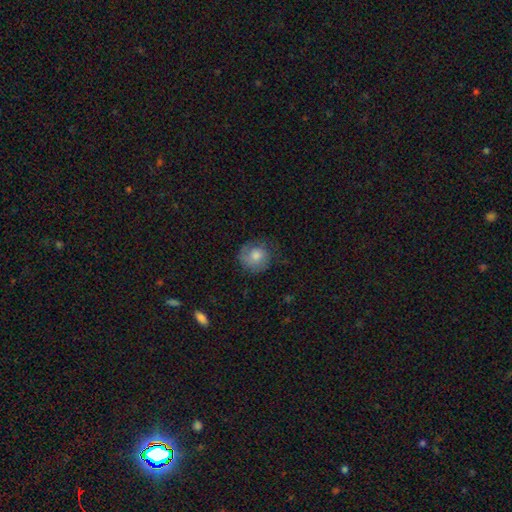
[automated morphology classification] type=smooth (60%); roundness=round (85%); merging=none (70%).